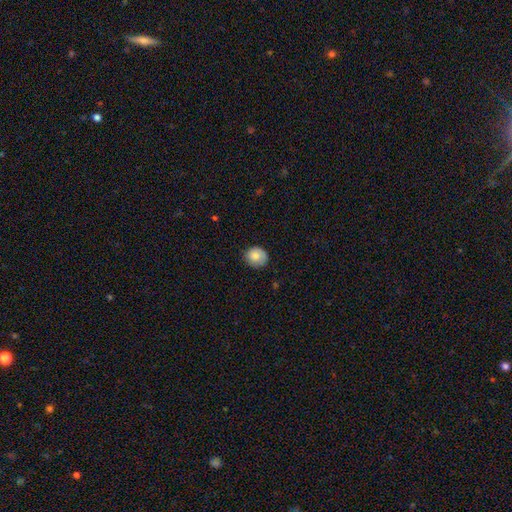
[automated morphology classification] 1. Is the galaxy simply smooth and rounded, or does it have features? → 79% smooth, 13% featured or disk, 8% star or artifact.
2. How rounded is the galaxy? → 81% round, 18% in between, 1% cigar-shaped.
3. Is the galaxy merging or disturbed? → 80% none, 16% minor disturbance, 3% major disturbance, 1% merger.